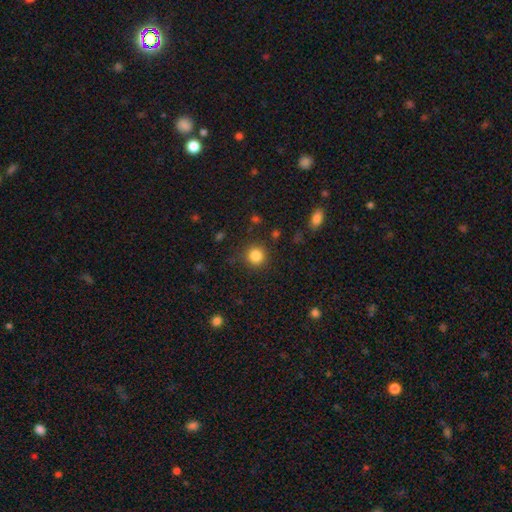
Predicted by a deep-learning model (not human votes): Smooth or featured: smooth — 84% (star or artifact — 12%)
How rounded: round — 93% (in between — 6%)
Merging: none — 87% (minor disturbance — 8%)